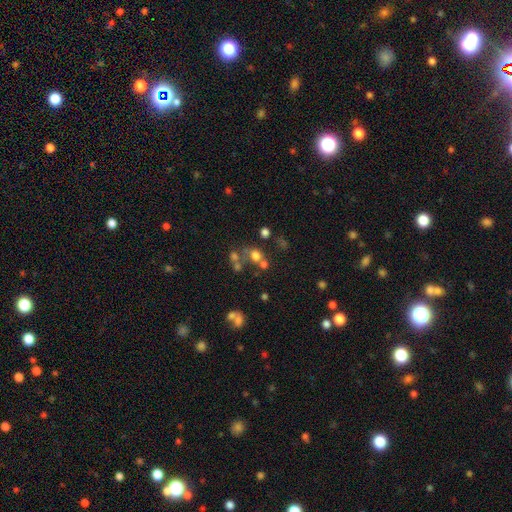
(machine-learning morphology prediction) Smooth or featured: smooth — 61% (star or artifact — 22%)
How rounded: round — 78% (in between — 21%)
Merging: none — 52% (merger — 32%)